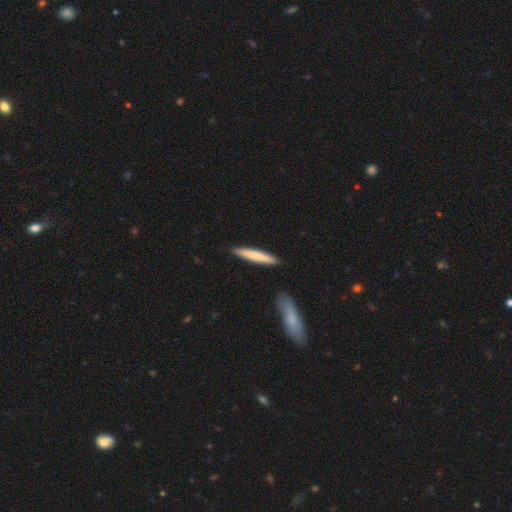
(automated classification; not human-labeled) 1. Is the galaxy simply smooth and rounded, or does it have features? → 75% smooth, 20% featured or disk, 5% star or artifact.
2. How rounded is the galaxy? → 94% cigar-shaped, 5% in between, 1% round.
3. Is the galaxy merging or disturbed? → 90% none, 7% minor disturbance, 2% merger, 2% major disturbance.